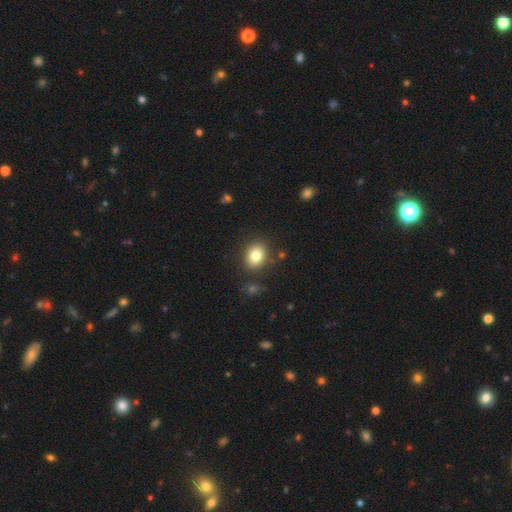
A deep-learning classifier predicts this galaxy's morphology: type=smooth (82%); roundness=in between (55%); merging=none (84%).